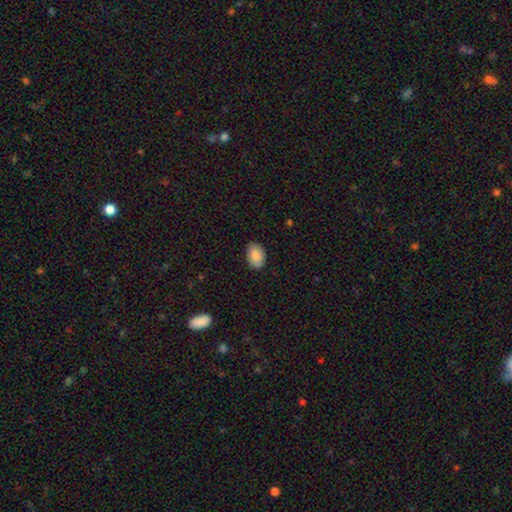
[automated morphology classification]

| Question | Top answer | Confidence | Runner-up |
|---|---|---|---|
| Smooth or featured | smooth | 84% | featured or disk (9%) |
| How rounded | in between | 85% | round (14%) |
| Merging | none | 85% | minor disturbance (12%) |